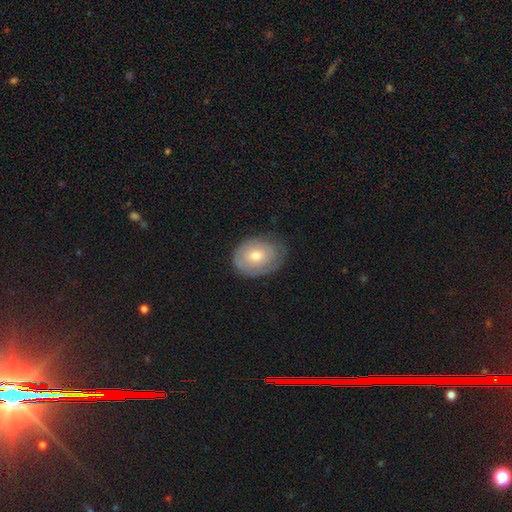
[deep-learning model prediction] smooth_or_featured: smooth (p=0.59) [alt: featured or disk p=0.33]
how_rounded: in between (p=0.59) [alt: round p=0.40]
merging: none (p=0.70) [alt: minor disturbance p=0.23]